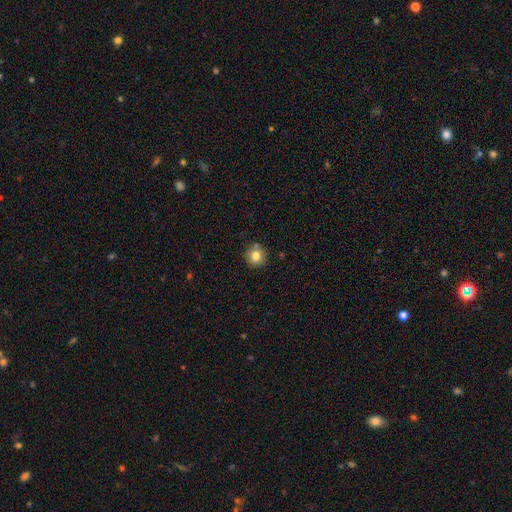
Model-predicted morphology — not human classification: smooth_or_featured: smooth (p=0.81) [alt: star or artifact p=0.11]
how_rounded: round (p=0.93) [alt: in between p=0.06]
merging: none (p=0.85) [alt: minor disturbance p=0.09]